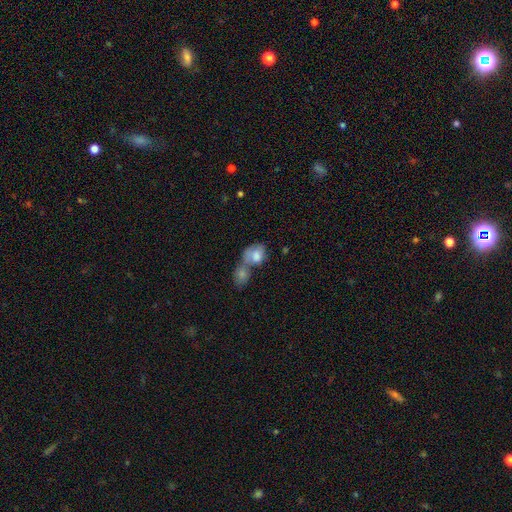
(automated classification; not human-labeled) This is likely a smooth galaxy (76%). How rounded: likely in between (64%). Merging: likely merger (71%).